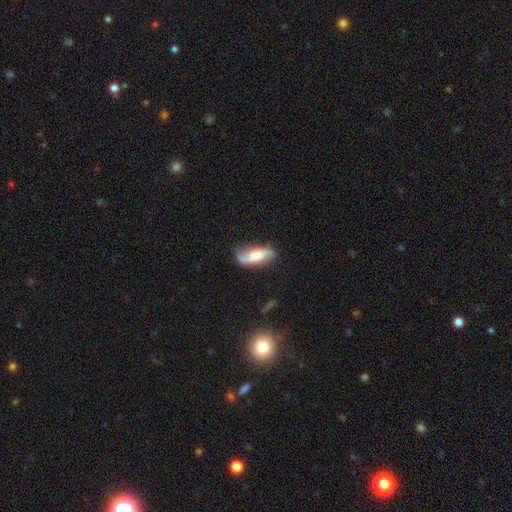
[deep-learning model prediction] Smooth or featured: featured or disk — 47% (smooth — 46%)
Merging: none — 61% (minor disturbance — 26%)